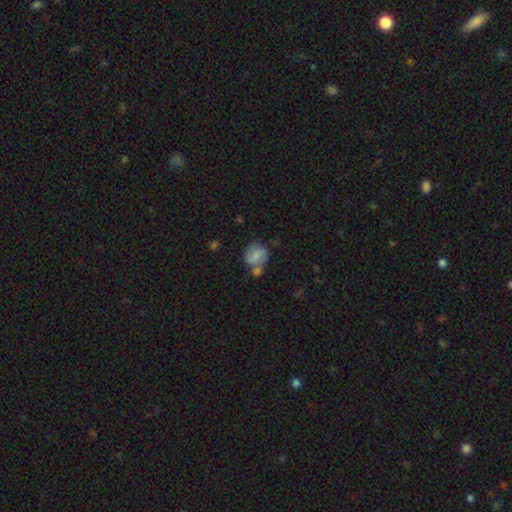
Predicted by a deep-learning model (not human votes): A smooth galaxy with no disk features (47%). Merging: none (41%).